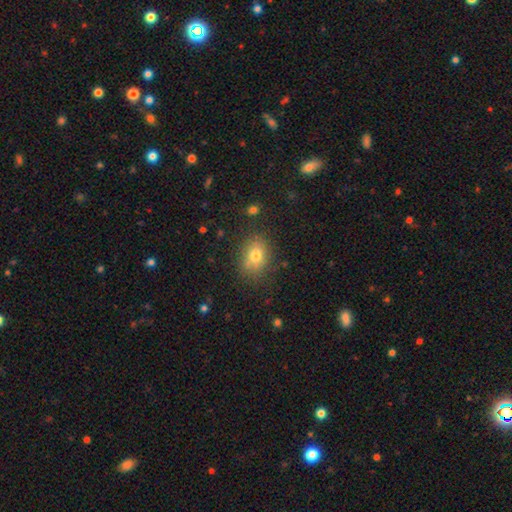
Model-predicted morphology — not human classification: Smooth or featured?
  - smooth: 75% *
  - featured or disk: 12%
  - star or artifact: 12%
How rounded?
  - in between: 57% *
  - round: 41%
  - cigar-shaped: 1%
Merging?
  - none: 76% *
  - minor disturbance: 15%
  - major disturbance: 5%
  - merger: 3%